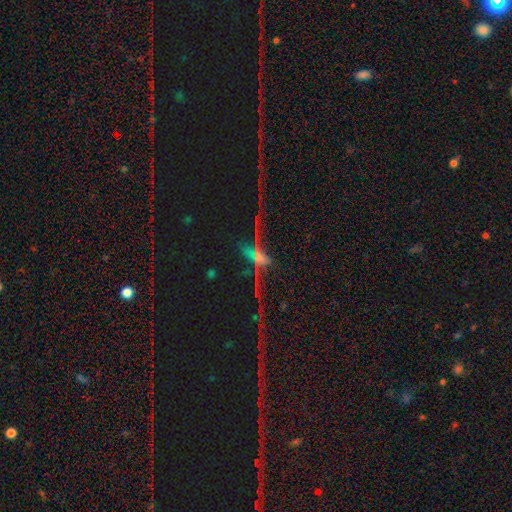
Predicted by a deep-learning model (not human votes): Smooth or featured?
  - star or artifact: 50% *
  - featured or disk: 33%
  - smooth: 17%